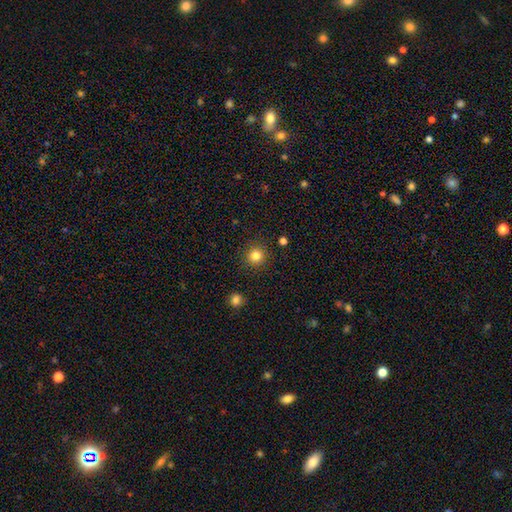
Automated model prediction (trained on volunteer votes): Smooth or featured: smooth — 83% (star or artifact — 12%)
How rounded: round — 93% (in between — 6%)
Merging: none — 90% (minor disturbance — 6%)